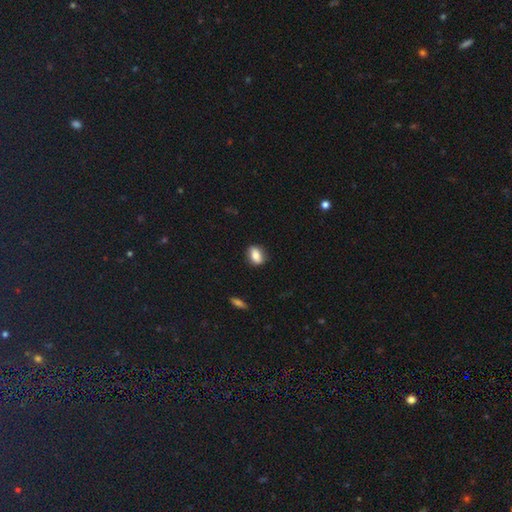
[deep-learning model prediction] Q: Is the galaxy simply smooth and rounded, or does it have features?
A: smooth — 77%.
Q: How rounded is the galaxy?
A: in between — 72%.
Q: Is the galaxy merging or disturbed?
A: none — 83%.